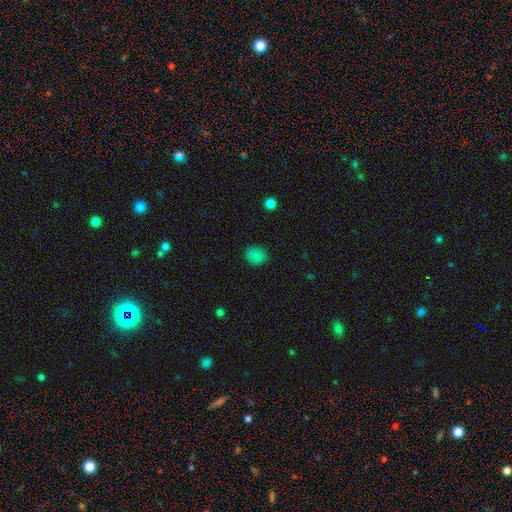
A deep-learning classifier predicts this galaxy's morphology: This is clearly a smooth galaxy (82%). How rounded: possibly round (52%). Merging: clearly none (81%).